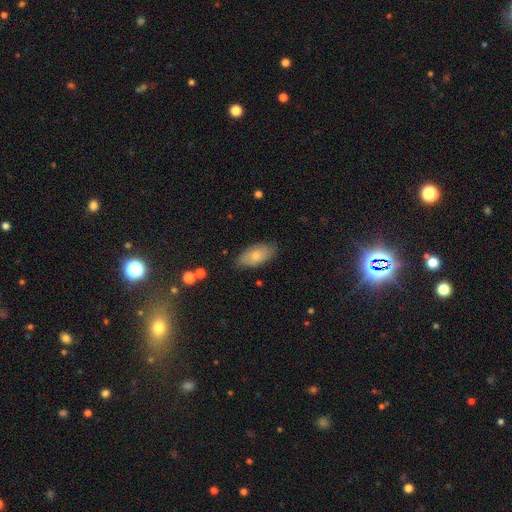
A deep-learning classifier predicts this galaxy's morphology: Q: Smooth or featured?
A: smooth (69%); runner-up: featured or disk (25%)
Q: How rounded?
A: in between (93%); runner-up: cigar-shaped (4%)
Q: Merging?
A: none (76%); runner-up: minor disturbance (19%)